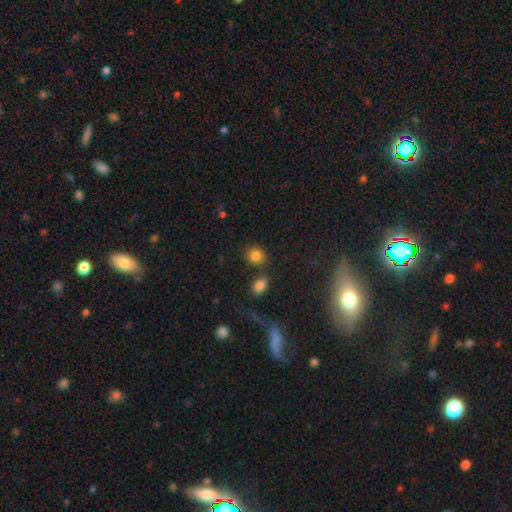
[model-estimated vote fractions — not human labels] Overall: smooth (83%). How rounded: round (77%). Merging: none (69%).